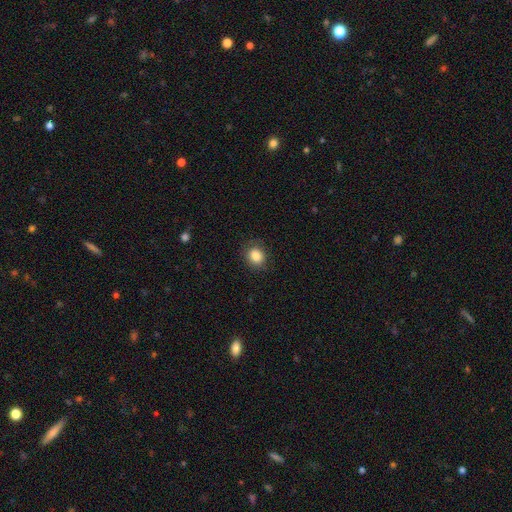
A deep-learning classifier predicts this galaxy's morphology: Overall: smooth (86%). How rounded: round (65%; in between 34%). Merging: none (83%).